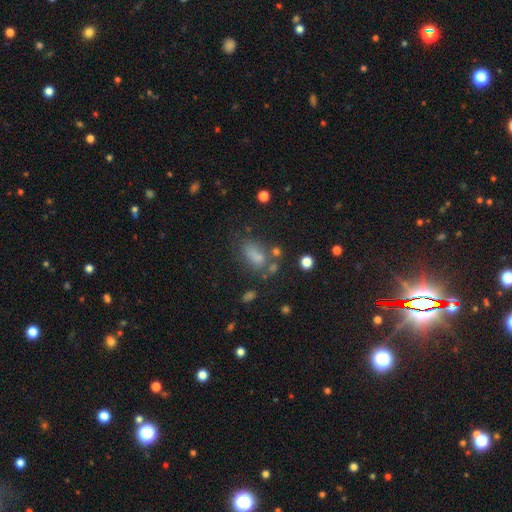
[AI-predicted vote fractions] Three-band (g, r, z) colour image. It shows a smooth galaxy with no disk features (71%) that is in between round and cigar-shaped (83%). Merging: none (51%).